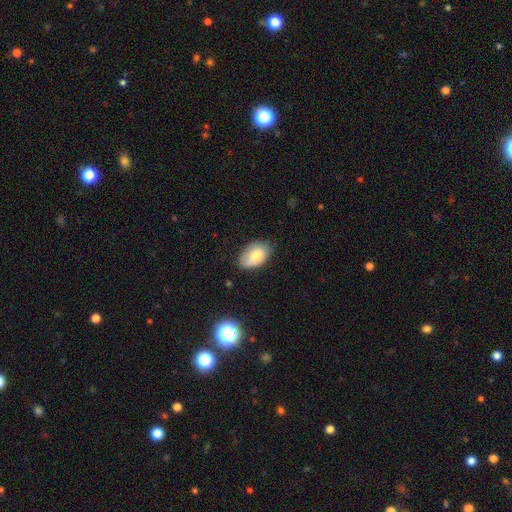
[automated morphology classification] A smooth galaxy with no disk features (71%) that is in between round and cigar-shaped (91%). Merging: none (64%).